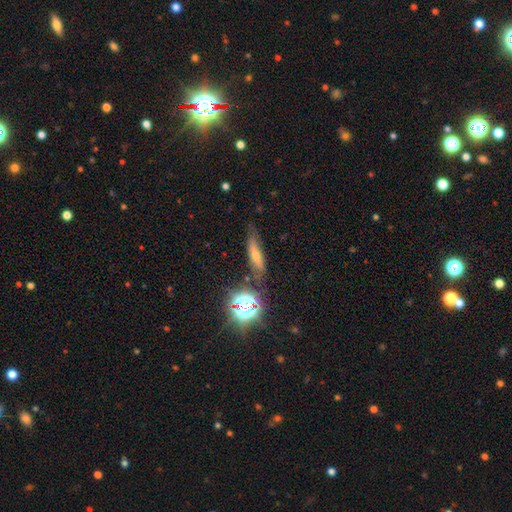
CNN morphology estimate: Smooth or featured? Predicted: smooth (p=0.38). Merging? Predicted: none (p=0.70).